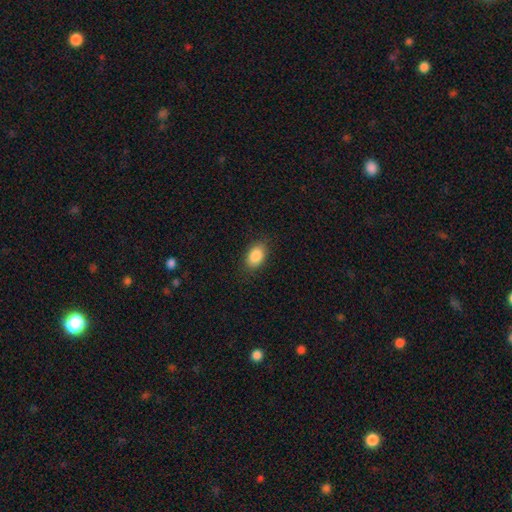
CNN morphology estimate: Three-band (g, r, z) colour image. It shows a smooth galaxy with no disk features (87%) that is in between round and cigar-shaped (88%). Merging: none (86%).